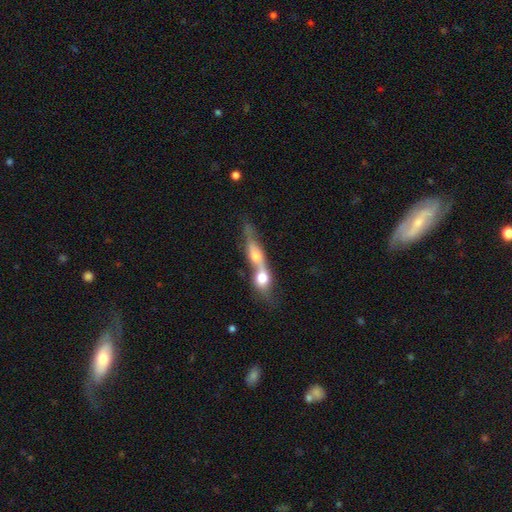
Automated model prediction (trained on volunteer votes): Smooth or featured?
  - smooth: 47% *
  - featured or disk: 44%
  - star or artifact: 8%
Merging?
  - merger: 74% *
  - none: 16%
  - minor disturbance: 5%
  - major disturbance: 5%